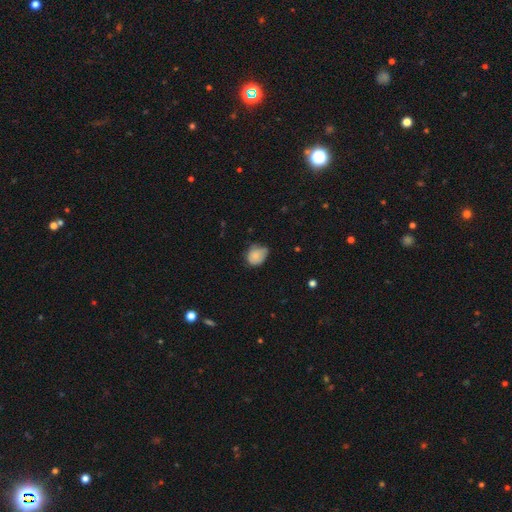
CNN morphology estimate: type=smooth (79%); roundness=round (56%); merging=none (45%).